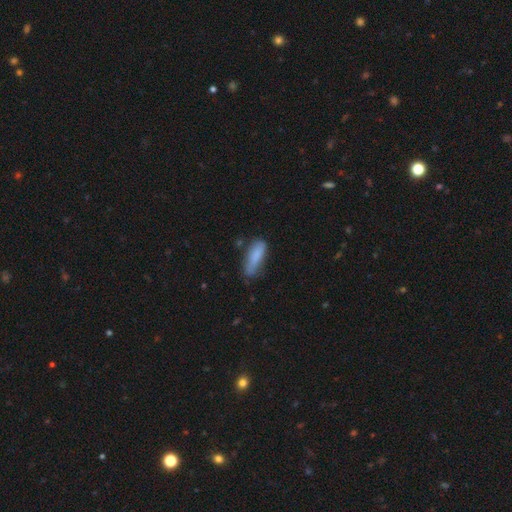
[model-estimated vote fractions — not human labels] The model was most divided on "how rounded" (2-way tie): in between: 49%, cigar-shaped: 49%, round: 2%. More confident: smooth or featured — smooth (83%); merging — none (59%).